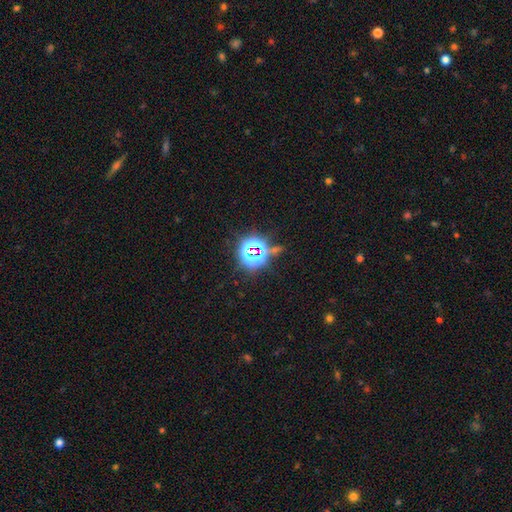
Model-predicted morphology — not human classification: Smooth or featured: star or artifact — 79% (smooth — 14%)